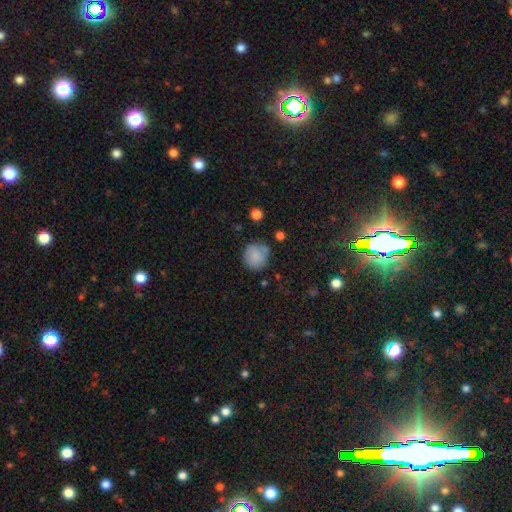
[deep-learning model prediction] Smooth or featured?
  - smooth: 79% *
  - featured or disk: 12%
  - star or artifact: 9%
How rounded?
  - round: 87% *
  - in between: 12%
  - cigar-shaped: 1%
Merging?
  - none: 67% *
  - minor disturbance: 20%
  - merger: 7%
  - major disturbance: 7%